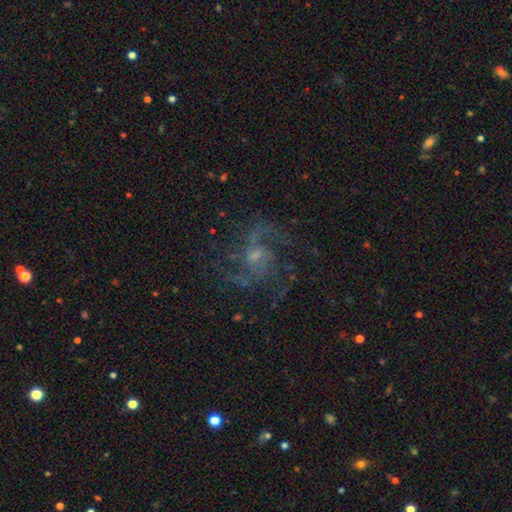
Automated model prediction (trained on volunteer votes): The model was most divided on "bar": no: 51%, weak: 42%, strong: 7%. Remaining: edge-on disk — no (98%); spiral arms — yes (94%); smooth or featured — featured or disk (84%); merging — none (67%); bulge size — small (54%); spiral winding — medium (52%); spiral arm count — 2 (41%).